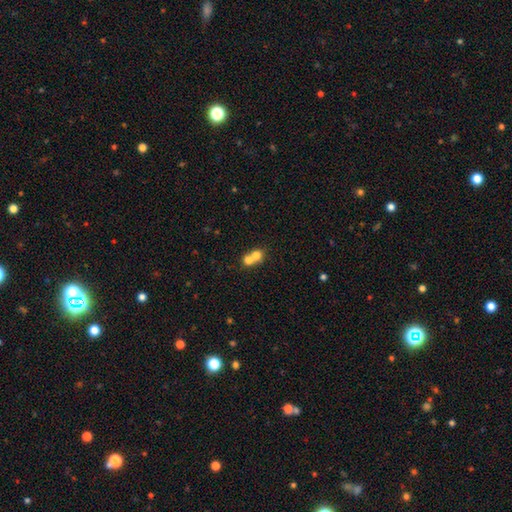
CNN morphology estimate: The model was most divided on "merging": merger: 71%, none: 23%, minor disturbance: 4%, major disturbance: 2%. More confident: how rounded — round (74%); smooth or featured — smooth (71%).